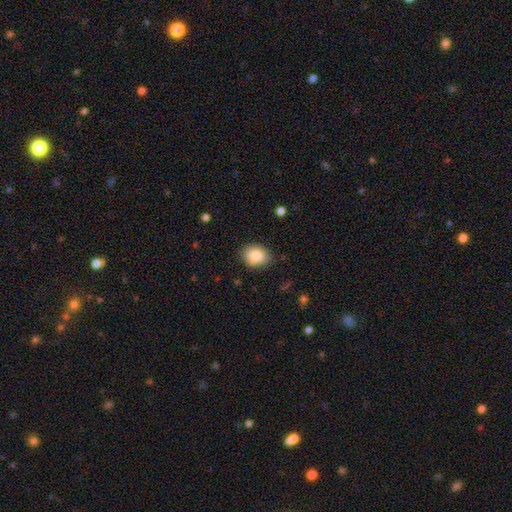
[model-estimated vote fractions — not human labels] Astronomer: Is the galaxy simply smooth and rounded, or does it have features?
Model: smooth — 87%.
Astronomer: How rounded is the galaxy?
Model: in between — 57% (runner-up: round, 42%).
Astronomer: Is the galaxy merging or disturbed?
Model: none — 83%.